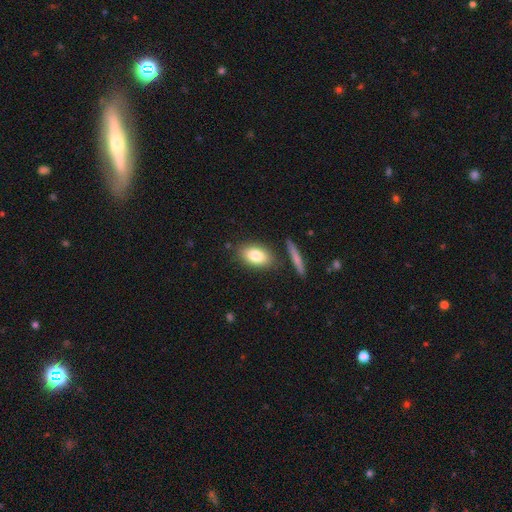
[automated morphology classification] This appears to be a smooth galaxy with no disk features (80%) that is in between round and cigar-shaped (87%). Merging: none (79%).